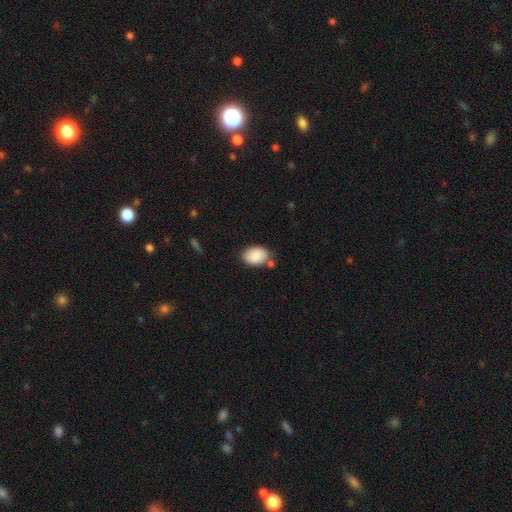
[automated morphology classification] smooth_or_featured: smooth (p=0.87) [alt: star or artifact p=0.06]
how_rounded: in between (p=0.85) [alt: round p=0.14]
merging: none (p=0.70) [alt: minor disturbance p=0.17]